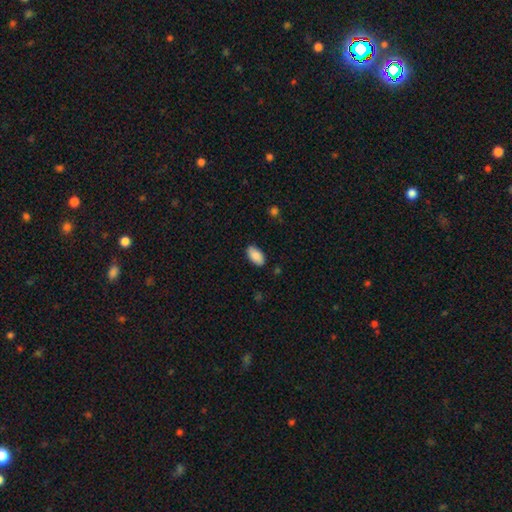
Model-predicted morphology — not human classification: type=smooth (88%); roundness=in between (95%); merging=none (85%).